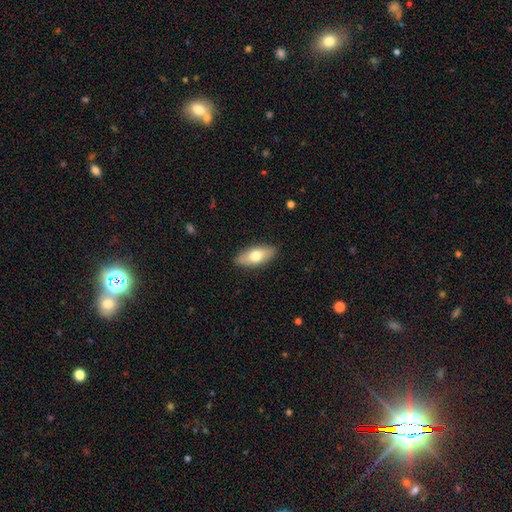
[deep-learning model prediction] The model was most divided on "smooth or featured": smooth: 70%, featured or disk: 24%, star or artifact: 6%. More confident: merging — none (88%); how rounded — in between (83%).